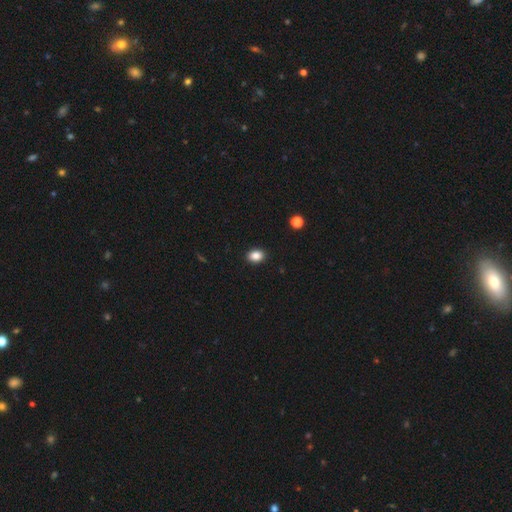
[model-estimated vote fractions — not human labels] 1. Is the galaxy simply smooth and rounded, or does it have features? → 86% smooth, 10% star or artifact, 4% featured or disk.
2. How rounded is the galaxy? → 62% in between, 37% round, 1% cigar-shaped.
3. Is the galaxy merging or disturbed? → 91% none, 6% minor disturbance, 2% major disturbance, 1% merger.